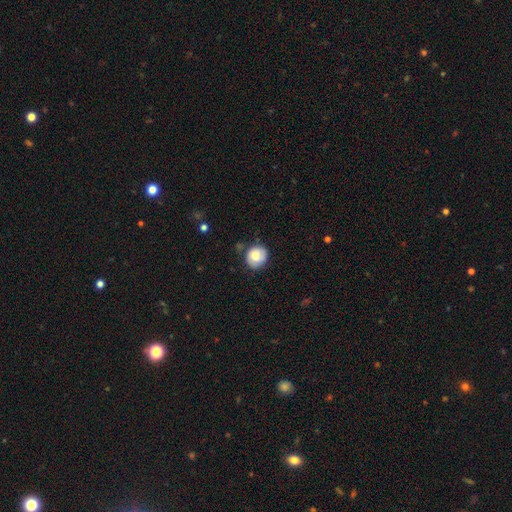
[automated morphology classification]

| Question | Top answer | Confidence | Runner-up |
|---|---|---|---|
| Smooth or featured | smooth | 76% | featured or disk (17%) |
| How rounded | round | 84% | in between (15%) |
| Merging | none | 71% | minor disturbance (21%) |